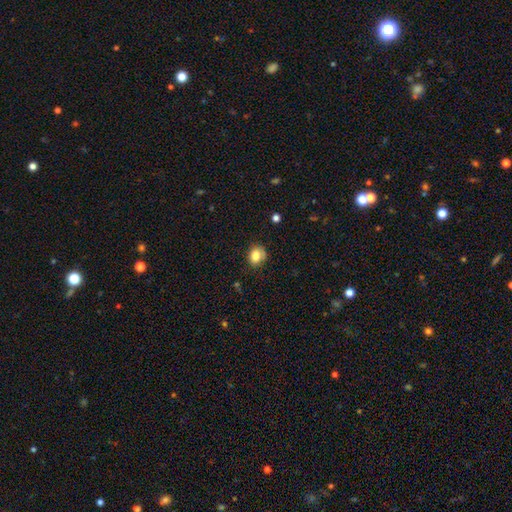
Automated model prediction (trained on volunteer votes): Q: Smooth or featured?
A: smooth (83%); runner-up: star or artifact (10%)
Q: How rounded?
A: round (59%); runner-up: in between (40%)
Q: Merging?
A: none (74%); runner-up: minor disturbance (20%)